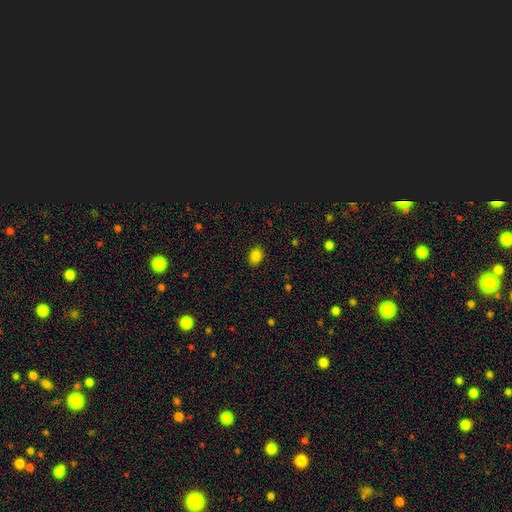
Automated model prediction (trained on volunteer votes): Overall: smooth (84%). How rounded: in between (62%; round 37%). Merging: none (87%).